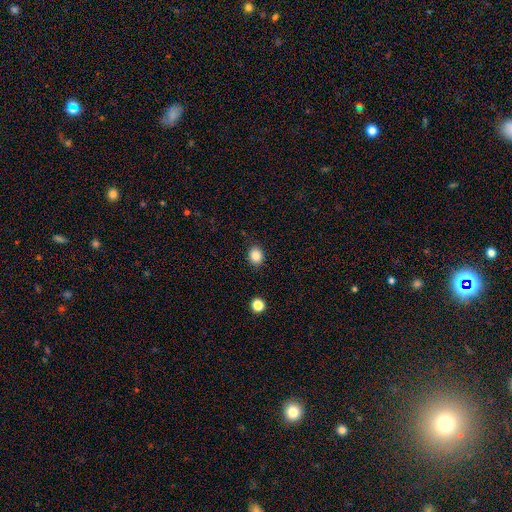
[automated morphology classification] A smooth galaxy with no disk features (85%) that is round (56%). Merging: none (86%).